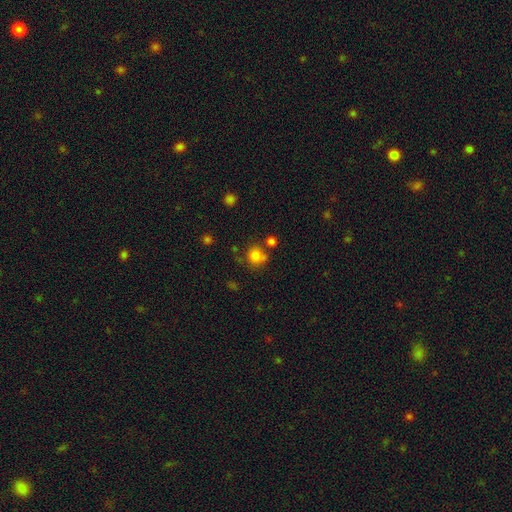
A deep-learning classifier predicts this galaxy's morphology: This is likely a smooth galaxy (79%). How rounded: clearly round (86%). Merging: likely none (63%).